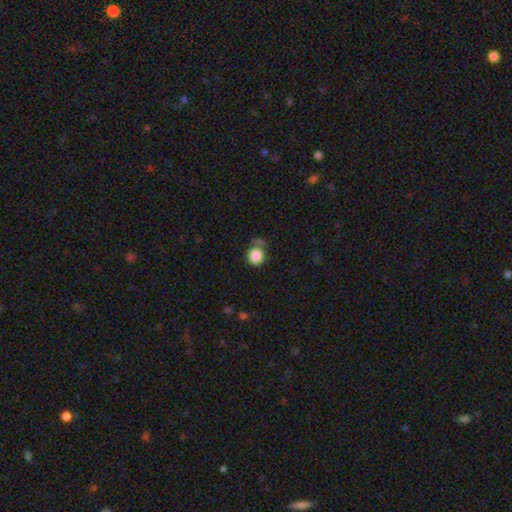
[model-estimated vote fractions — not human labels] smooth 86%, star or artifact 9%, featured or disk 5%. Down the decision tree: how rounded — round (85%); merging — none (62%).